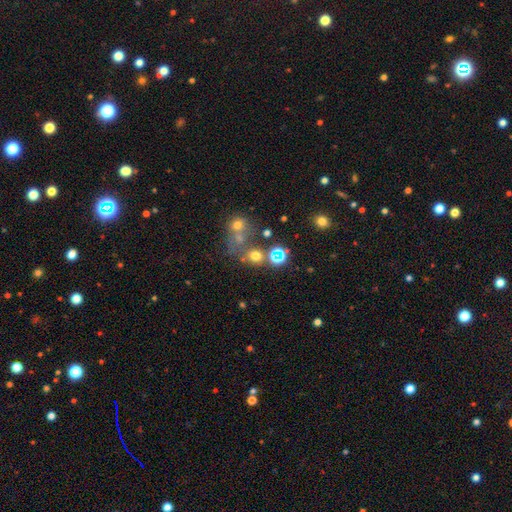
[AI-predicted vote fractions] This appears to be a smooth galaxy with no disk features (61%) that is round (78%). Merging: none (51%).